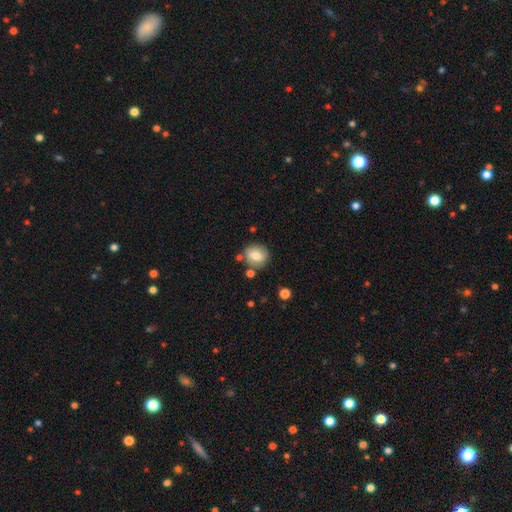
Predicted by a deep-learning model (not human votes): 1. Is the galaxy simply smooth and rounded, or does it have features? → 76% smooth, 15% featured or disk, 9% star or artifact.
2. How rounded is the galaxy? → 76% round, 23% in between, 1% cigar-shaped.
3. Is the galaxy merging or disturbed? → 74% none, 14% minor disturbance, 9% merger, 4% major disturbance.